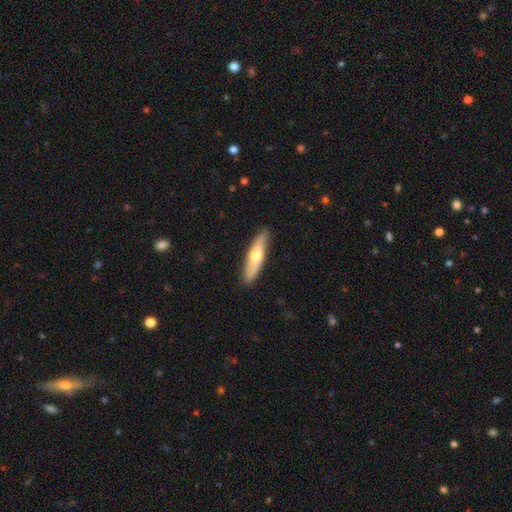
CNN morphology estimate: type=smooth (55%); roundness=cigar-shaped (76%); merging=none (89%).